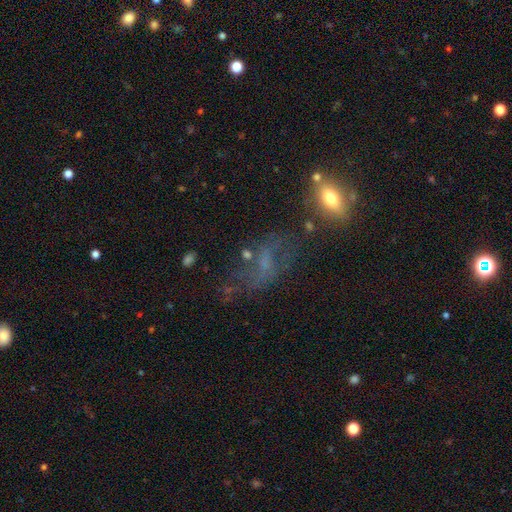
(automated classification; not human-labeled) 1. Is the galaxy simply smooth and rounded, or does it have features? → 41% featured or disk, 34% smooth, 25% star or artifact.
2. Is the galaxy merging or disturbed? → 46% none, 24% major disturbance, 22% minor disturbance, 7% merger.